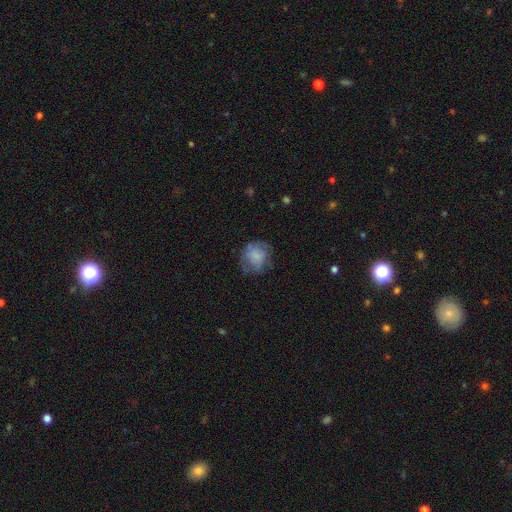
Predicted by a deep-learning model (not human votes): smooth-or-featured: smooth: 58% | featured or disk: 32% | star or artifact: 10%
  how-rounded: round: 75% | in between: 24% | cigar-shaped: 1%
  merging: none: 56% | minor disturbance: 25% | major disturbance: 17% | merger: 2%